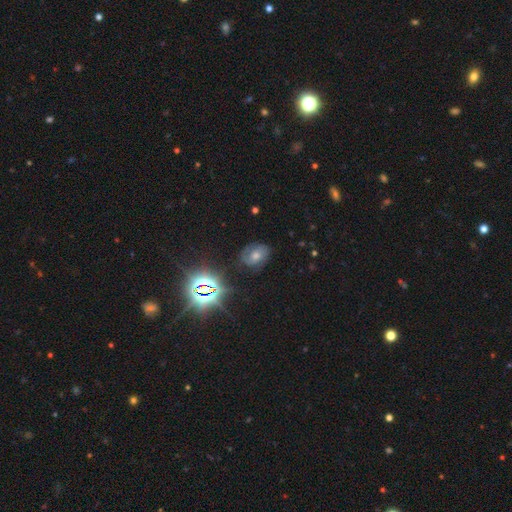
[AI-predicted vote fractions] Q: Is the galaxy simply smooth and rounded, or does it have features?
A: star or artifact — 41%.